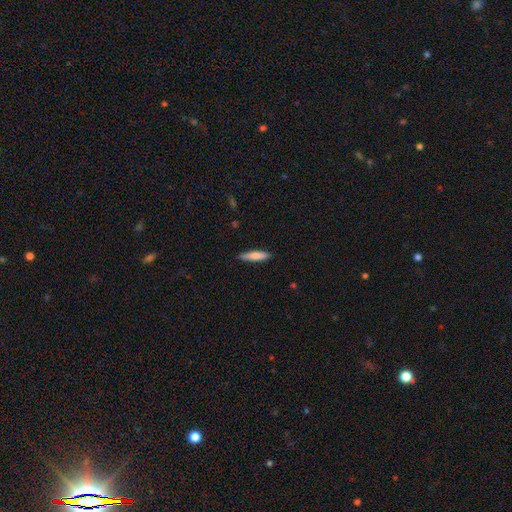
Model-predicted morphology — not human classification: Smooth or featured? smooth (77%)
How rounded? cigar-shaped (80%)
Merging? none (86%)